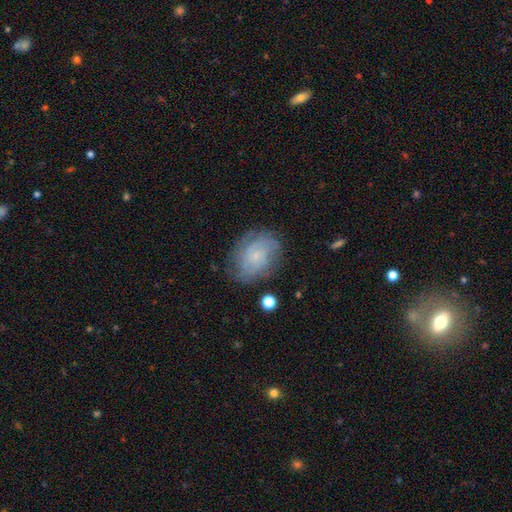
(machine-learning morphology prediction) A featured or disk galaxy (59%) with no bar (79%), spiral arms (84%) and a small central bulge (79%). Merging: none (71%).